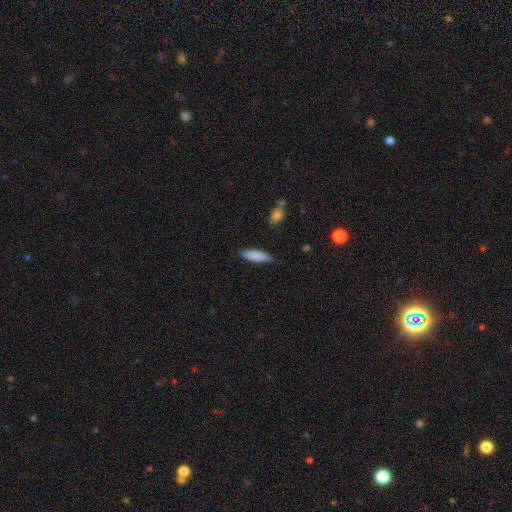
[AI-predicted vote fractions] smooth_or_featured: smooth (p=0.86) [alt: featured or disk p=0.07]
how_rounded: cigar-shaped (p=0.54) [alt: in between p=0.44]
merging: none (p=0.77) [alt: minor disturbance p=0.18]